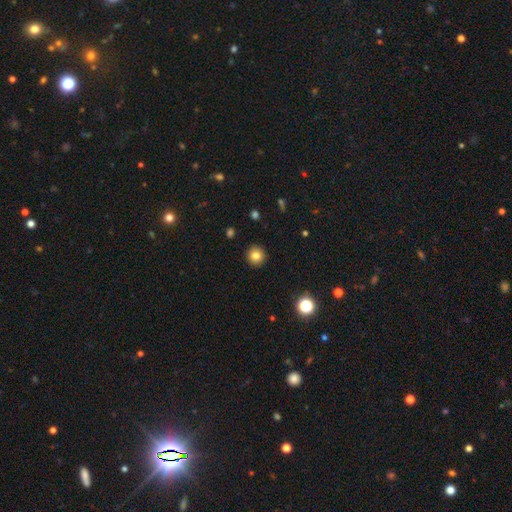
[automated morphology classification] type=smooth (82%); roundness=round (94%); merging=none (93%).